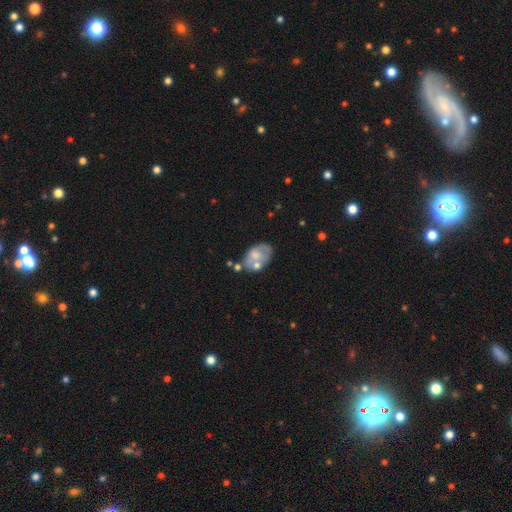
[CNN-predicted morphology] Overall: smooth (50%; featured or disk 42%). How rounded: in between (86%). Merging: none (44%; minor disturbance 24%).